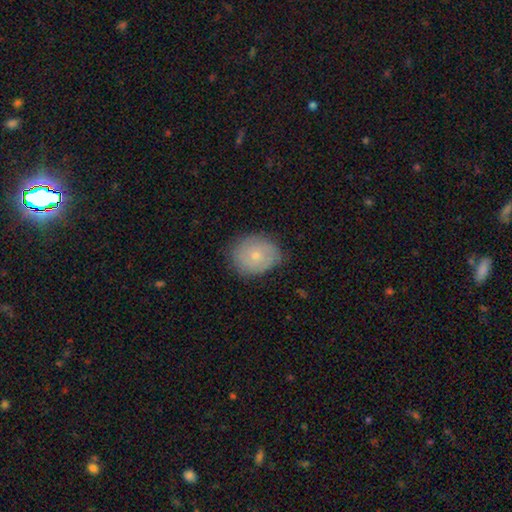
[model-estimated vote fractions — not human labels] Q: Smooth or featured?
A: smooth (60%); runner-up: featured or disk (32%)
Q: How rounded?
A: round (64%); runner-up: in between (35%)
Q: Merging?
A: none (75%); runner-up: minor disturbance (20%)